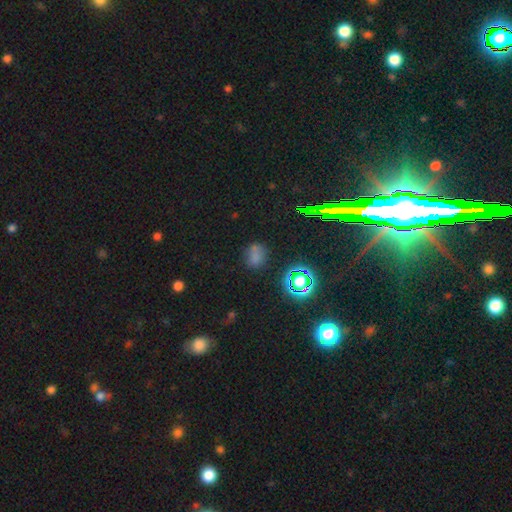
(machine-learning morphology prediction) smooth 62%, star or artifact 30%, featured or disk 8%. Down the decision tree: how rounded — in between (53%); merging — none (74%).